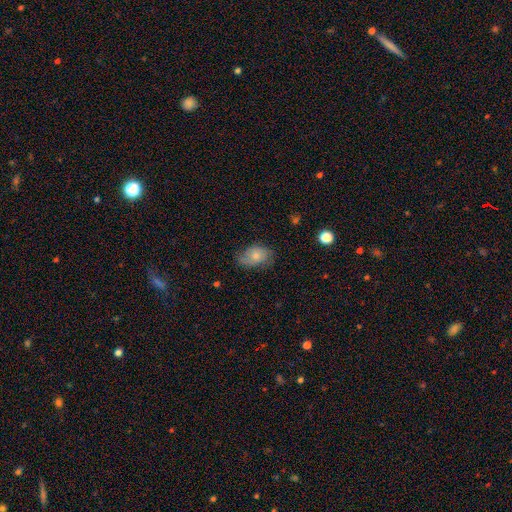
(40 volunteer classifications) Smooth or featured? 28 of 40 (70%) said smooth. How rounded? 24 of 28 (86%) said in between. Merging? 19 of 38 (50%) said none.